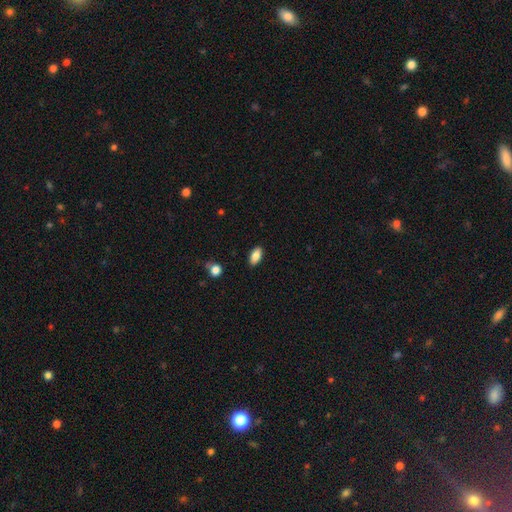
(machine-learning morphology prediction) smooth-or-featured: smooth: 86% | star or artifact: 8% | featured or disk: 7%
  how-rounded: in between: 91% | cigar-shaped: 6% | round: 3%
  merging: none: 88% | minor disturbance: 9% | major disturbance: 2% | merger: 1%